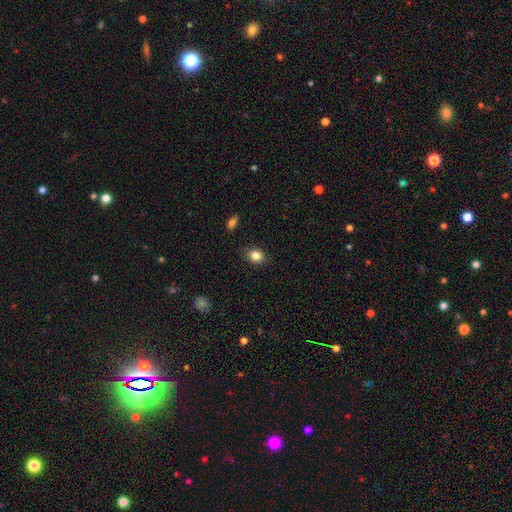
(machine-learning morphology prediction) Smooth or featured? smooth (83%)
How rounded? round (51%)
Merging? none (85%)